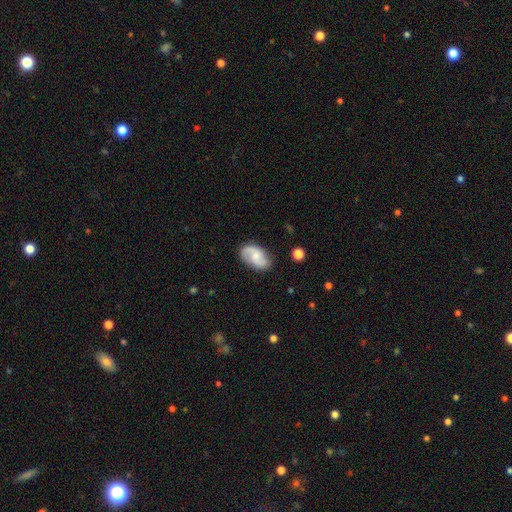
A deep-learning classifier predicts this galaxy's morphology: A featured or disk galaxy (67%) with no bar (56%), 2 (85%) medium (43%) spiral arms (92%) and a small central bulge (47%). Merging: none (78%).